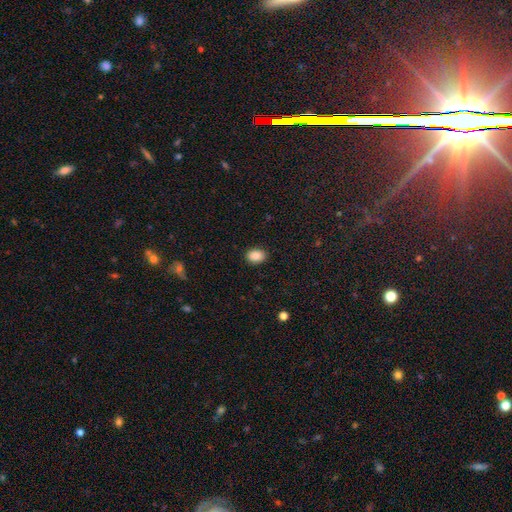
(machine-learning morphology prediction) A smooth galaxy with no disk features (89%) that is in between round and cigar-shaped (76%).

Vote fractions:
- Smooth or featured? smooth: 89% / star or artifact: 8% / featured or disk: 3%
- How rounded? in between: 76% / round: 23% / cigar-shaped: 1%
- Merging? none: 89% / minor disturbance: 8% / major disturbance: 2% / merger: 1%